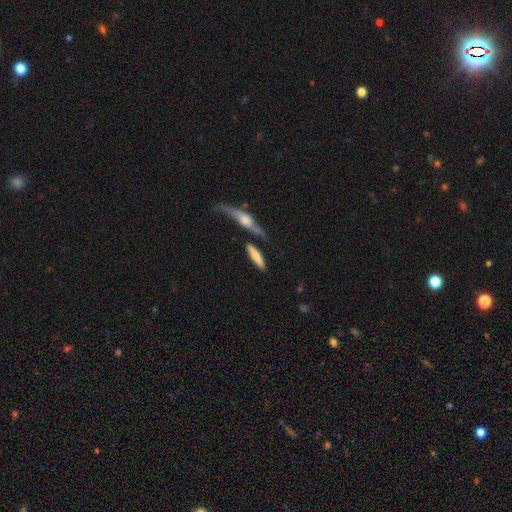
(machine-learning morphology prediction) The model was most divided on "smooth or featured": smooth: 61%, featured or disk: 33%, star or artifact: 6%. More confident: how rounded — cigar-shaped (68%); merging — none (56%).